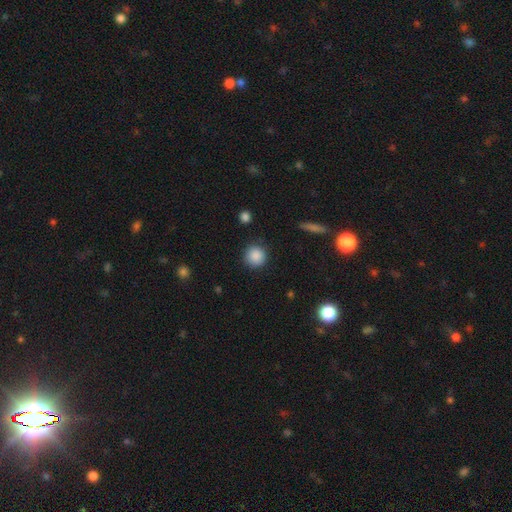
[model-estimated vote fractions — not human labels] Q: Smooth or featured?
A: smooth (88%); runner-up: star or artifact (8%)
Q: How rounded?
A: round (93%); runner-up: in between (6%)
Q: Merging?
A: none (88%); runner-up: minor disturbance (8%)